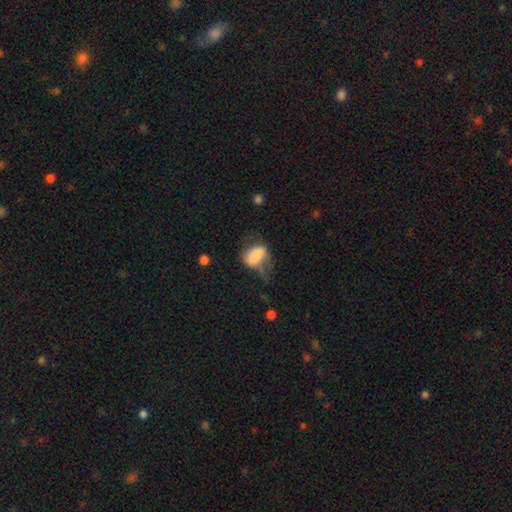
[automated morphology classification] smooth 63%, featured or disk 30%, star or artifact 8%. Down the decision tree: how rounded — in between (79%); merging — major disturbance (38%).